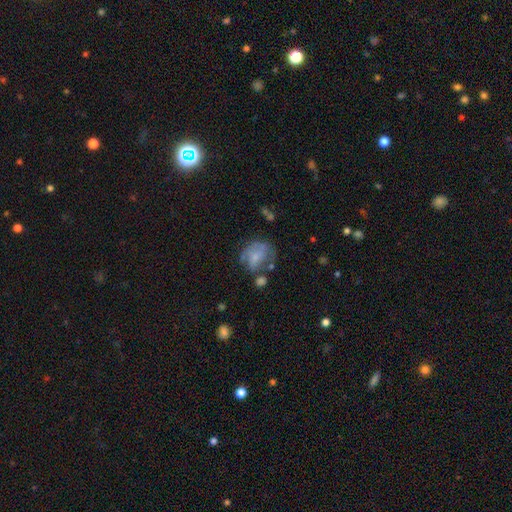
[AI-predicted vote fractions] Smooth or featured: smooth — 46% (featured or disk — 45%)
Merging: none — 40% (minor disturbance — 26%)